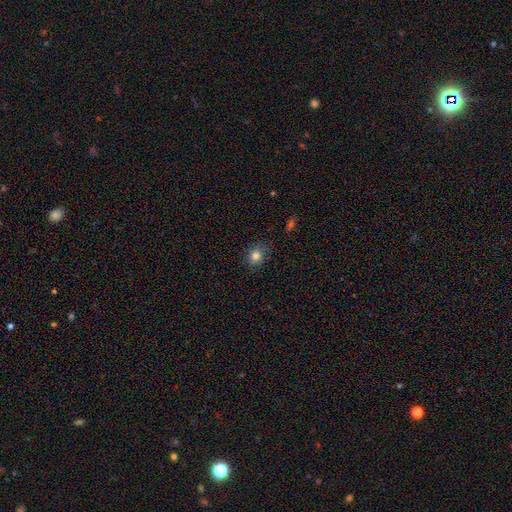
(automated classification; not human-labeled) Smooth or featured?
  - smooth: 82% *
  - star or artifact: 11%
  - featured or disk: 6%
How rounded?
  - round: 67% *
  - in between: 32%
  - cigar-shaped: 1%
Merging?
  - none: 82% *
  - minor disturbance: 14%
  - major disturbance: 3%
  - merger: 1%